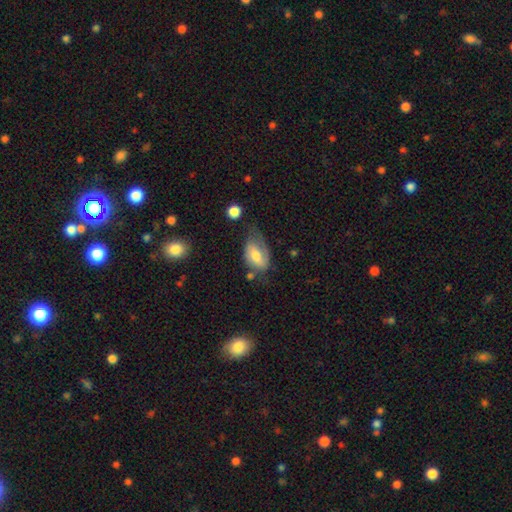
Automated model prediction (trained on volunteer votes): Smooth or featured? smooth (50%)
How rounded? in between (89%)
Merging? none (37%)